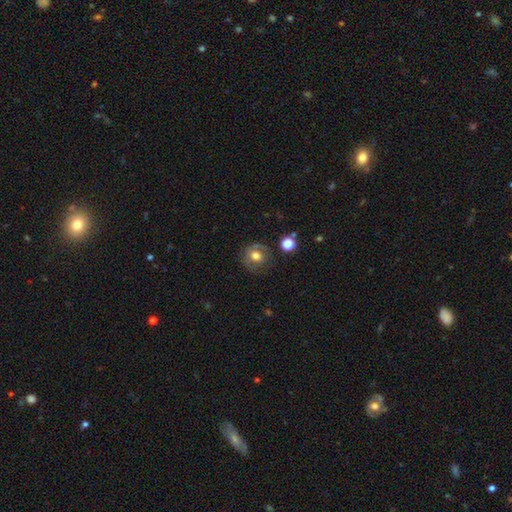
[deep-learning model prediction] This is likely a smooth galaxy (60%). How rounded: clearly round (82%). Merging: likely none (73%).